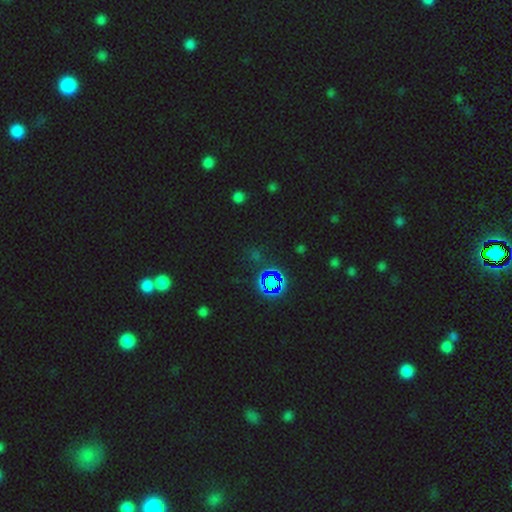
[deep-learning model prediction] Smooth or featured: star or artifact — 69% (smooth — 23%)